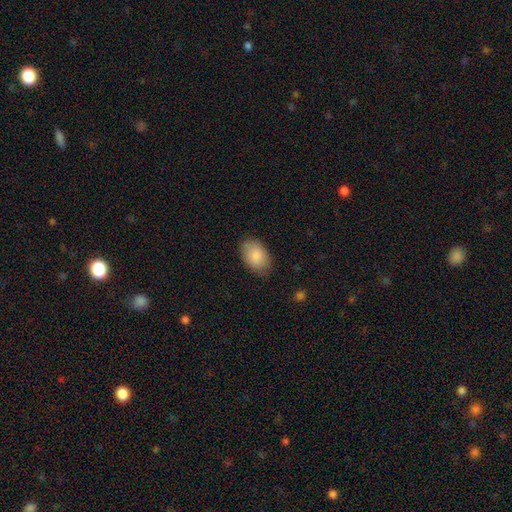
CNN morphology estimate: Smooth or featured: smooth — 86% (featured or disk — 8%)
How rounded: in between — 90% (round — 9%)
Merging: none — 81% (minor disturbance — 15%)